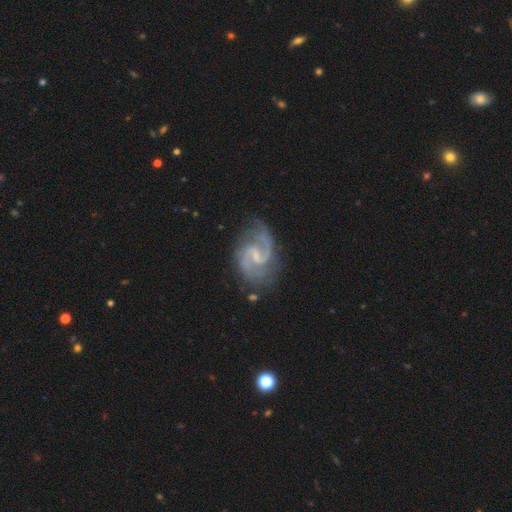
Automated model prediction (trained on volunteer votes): Smooth or featured? Predicted: featured or disk (p=0.91). Edge-on disk? Predicted: no (p=0.98). Bar? Predicted: weak (p=0.62). Spiral arms? Predicted: yes (p=0.98). Spiral winding? Predicted: medium (p=0.57). Spiral arm count? Predicted: 2 (p=0.90). Bulge size? Predicted: small (p=0.54). Merging? Predicted: none (p=0.71).